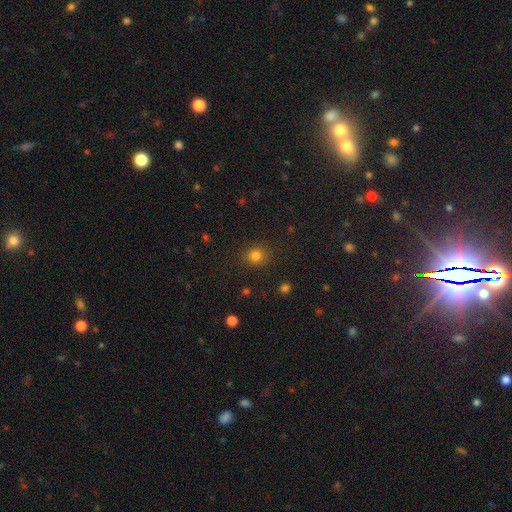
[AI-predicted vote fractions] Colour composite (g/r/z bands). It shows a smooth galaxy with no disk features (81%) that is round (80%). Merging: none (87%).